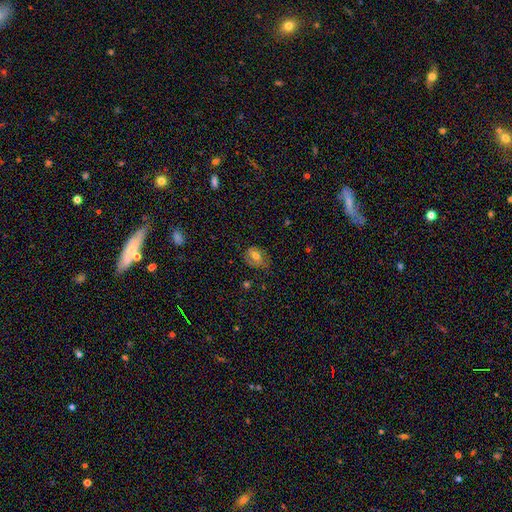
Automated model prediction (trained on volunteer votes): Q: Smooth or featured?
A: smooth (63%); runner-up: featured or disk (26%)
Q: How rounded?
A: in between (74%); runner-up: round (25%)
Q: Merging?
A: none (70%); runner-up: minor disturbance (22%)